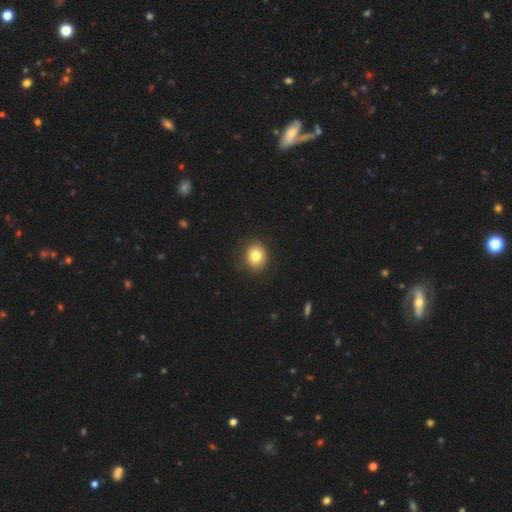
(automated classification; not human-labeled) Smooth or featured? Predicted: smooth (p=0.81). How rounded? Predicted: round (p=0.78). Merging? Predicted: none (p=0.89).